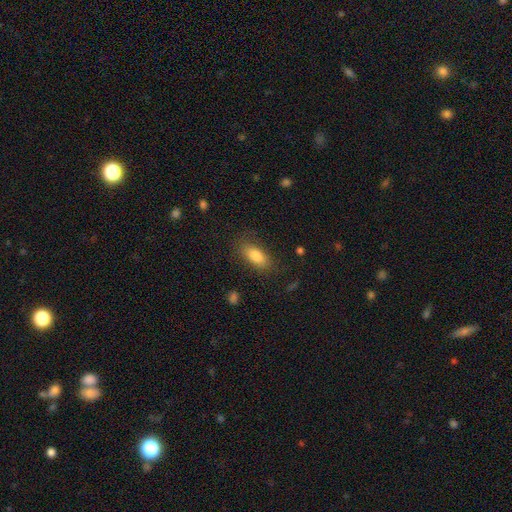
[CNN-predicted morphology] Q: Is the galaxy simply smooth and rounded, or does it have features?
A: smooth — 83%.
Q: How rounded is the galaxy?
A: in between — 85%.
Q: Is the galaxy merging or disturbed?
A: none — 78%.